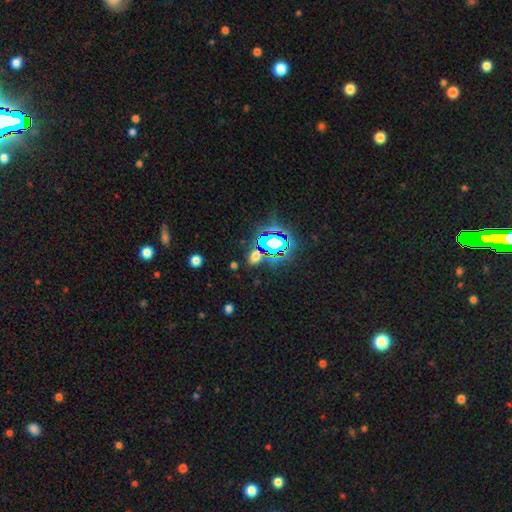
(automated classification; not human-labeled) smooth_or_featured: star or artifact (p=0.52) [alt: smooth p=0.40]